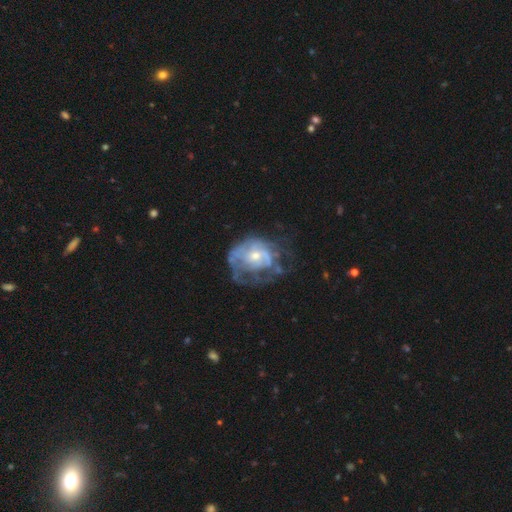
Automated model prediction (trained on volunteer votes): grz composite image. It shows a featured or disk galaxy (74%) with no bar (75%), spiral arms (65%) and a small central bulge (54%). Merging: none (39%).